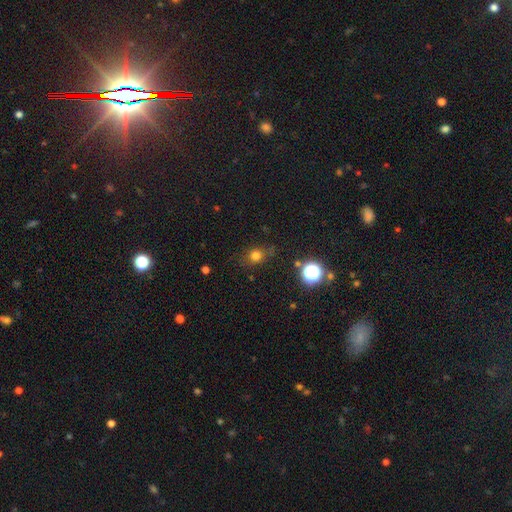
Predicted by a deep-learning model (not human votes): This is likely a smooth galaxy (73%). How rounded: likely round (71%). Merging: likely none (75%).